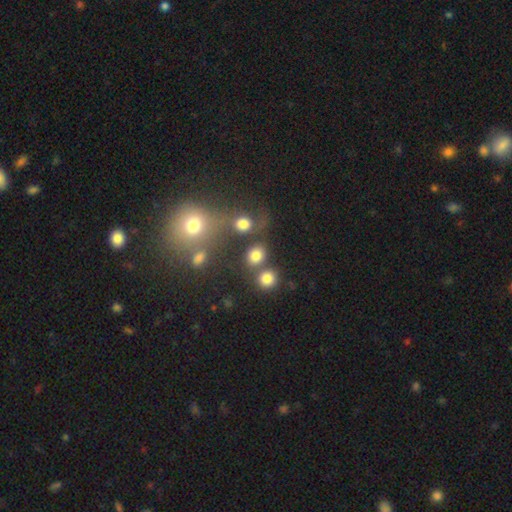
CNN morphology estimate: smooth 80%, star or artifact 12%, featured or disk 8%. Down the decision tree: how rounded — round (70%); merging — none (61%).